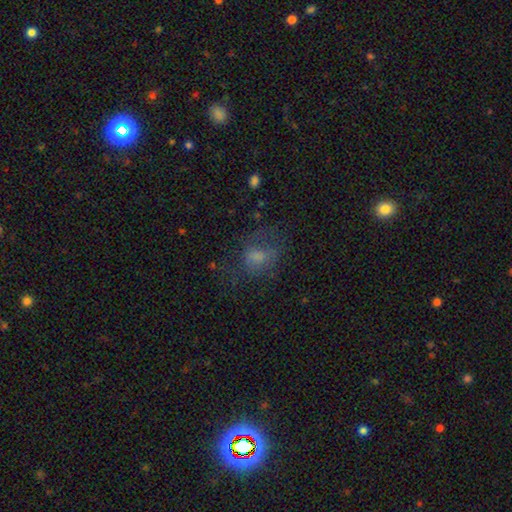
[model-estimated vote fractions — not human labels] Smooth or featured? smooth (49%)
Merging? none (58%)